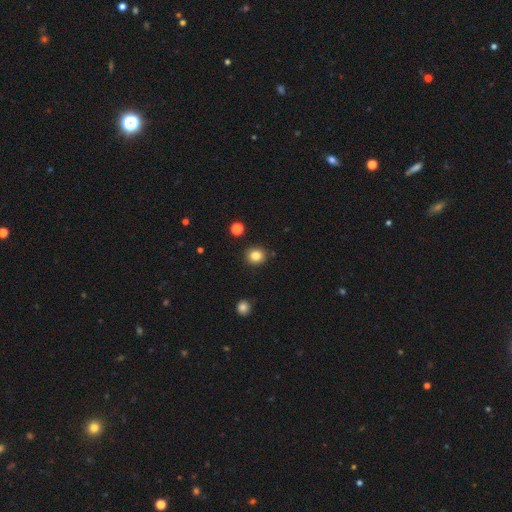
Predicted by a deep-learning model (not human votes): smooth-or-featured: smooth: 83% | star or artifact: 11% | featured or disk: 5%
  how-rounded: round: 83% | in between: 17% | cigar-shaped: 1%
  merging: none: 89% | minor disturbance: 7% | merger: 2% | major disturbance: 2%